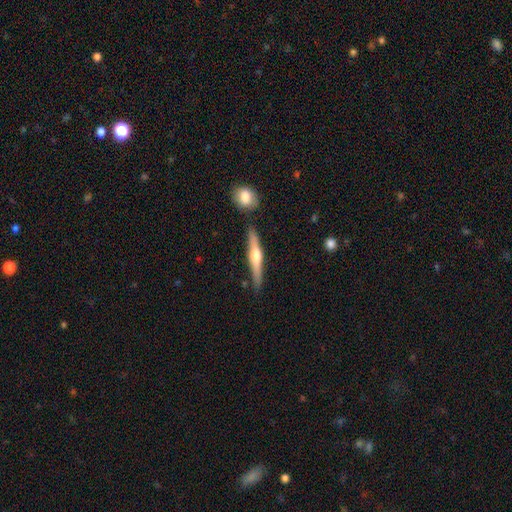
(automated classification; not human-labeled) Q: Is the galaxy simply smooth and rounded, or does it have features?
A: featured or disk — 61%.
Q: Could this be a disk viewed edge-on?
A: yes — 96%.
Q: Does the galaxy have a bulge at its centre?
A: rounded — 89%.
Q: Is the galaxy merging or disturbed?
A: none — 82%.